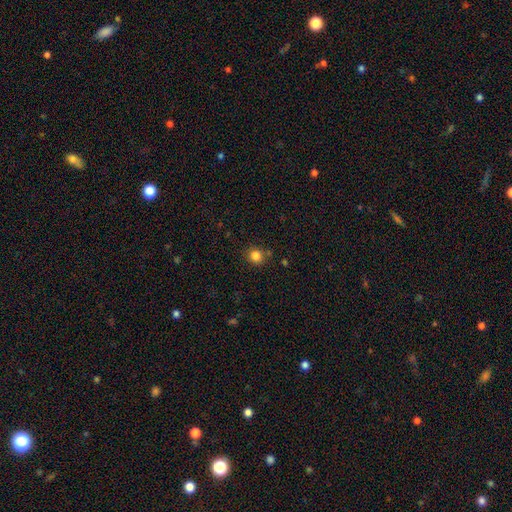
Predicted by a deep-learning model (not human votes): smooth-or-featured: smooth: 83% | star or artifact: 13% | featured or disk: 5%
  how-rounded: round: 87% | in between: 12% | cigar-shaped: 1%
  merging: none: 83% | minor disturbance: 9% | merger: 5% | major disturbance: 3%